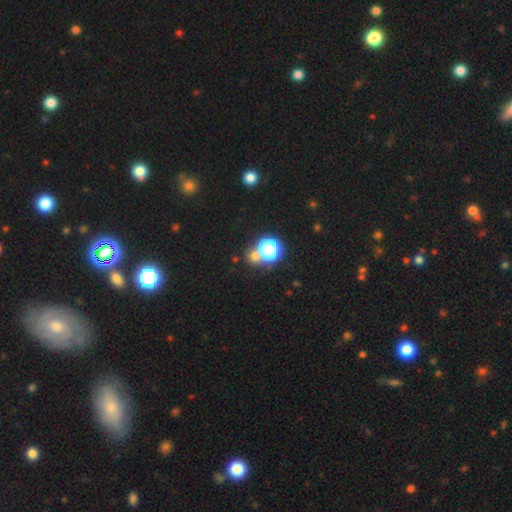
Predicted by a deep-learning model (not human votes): Morphology: type=smooth (70%); roundness=round (82%); merging=none (45%).